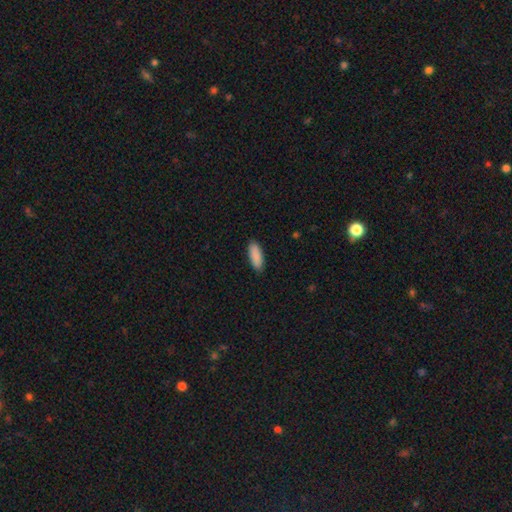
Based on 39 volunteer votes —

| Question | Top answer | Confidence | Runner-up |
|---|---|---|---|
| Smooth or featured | smooth | 95% | featured or disk (3%) |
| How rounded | in between | 76% | cigar-shaped (24%) |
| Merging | none | 79% | minor disturbance (16%) |